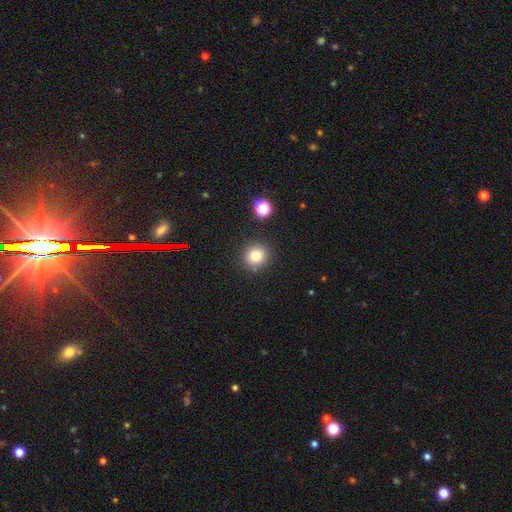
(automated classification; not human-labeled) Smooth or featured? smooth (80%)
How rounded? round (91%)
Merging? none (87%)